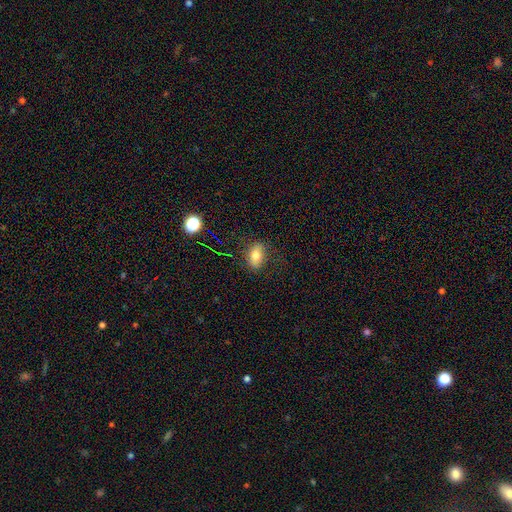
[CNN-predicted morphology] type=smooth (71%); roundness=in between (80%); merging=none (79%).